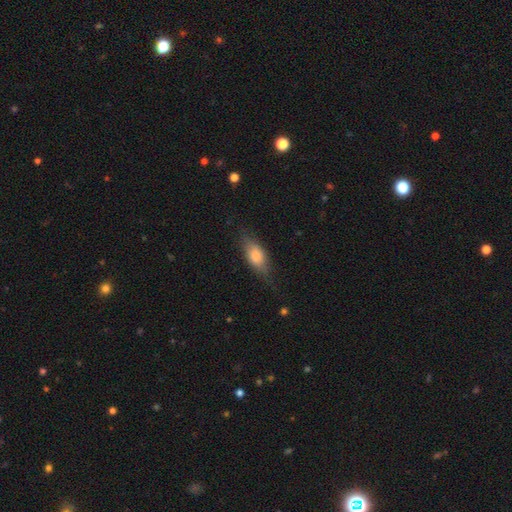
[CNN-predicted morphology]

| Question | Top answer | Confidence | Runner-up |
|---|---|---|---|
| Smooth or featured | smooth | 71% | featured or disk (22%) |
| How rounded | in between | 78% | cigar-shaped (17%) |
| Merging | none | 69% | minor disturbance (23%) |